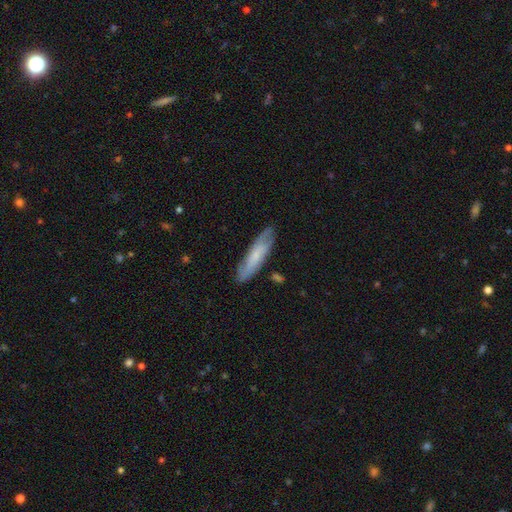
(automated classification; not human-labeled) Smooth or featured? Predicted: smooth (p=0.52). How rounded? Predicted: cigar-shaped (p=0.70). Merging? Predicted: none (p=0.82).